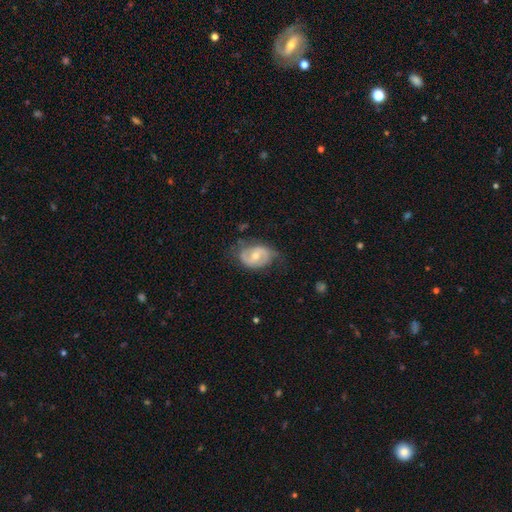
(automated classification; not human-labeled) smooth-or-featured: featured or disk: 66% | smooth: 28% | star or artifact: 6%
  disk-edge-on: no: 96% | yes: 4%
    bar: weak: 45% | no: 38% | strong: 17%
    has-spiral-arms: yes: 80% | no: 20%
      spiral-winding: medium: 44% | loose: 32% | tight: 24%
      spiral-arm-count: 2: 81% | can't tell: 12% | 1: 4% | 3: 1% | 4: 1% | more than 4: 1%
    bulge-size: moderate: 58% | small: 38% | large: 2% | none: 1% | dominant: 1%
  merging: none: 59% | minor disturbance: 28% | major disturbance: 11% | merger: 2%